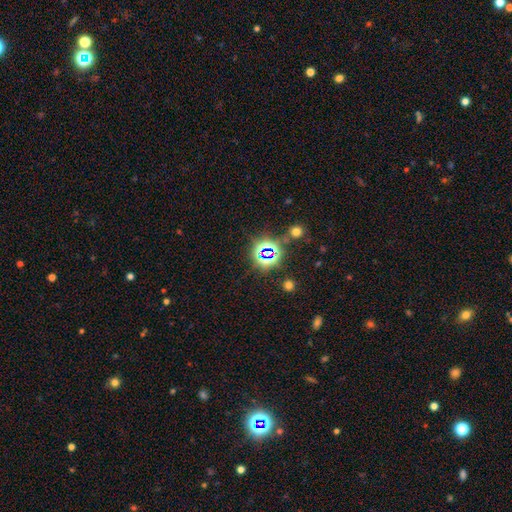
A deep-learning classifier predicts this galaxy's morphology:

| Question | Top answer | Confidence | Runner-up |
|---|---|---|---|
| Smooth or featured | star or artifact | 76% | smooth (16%) |